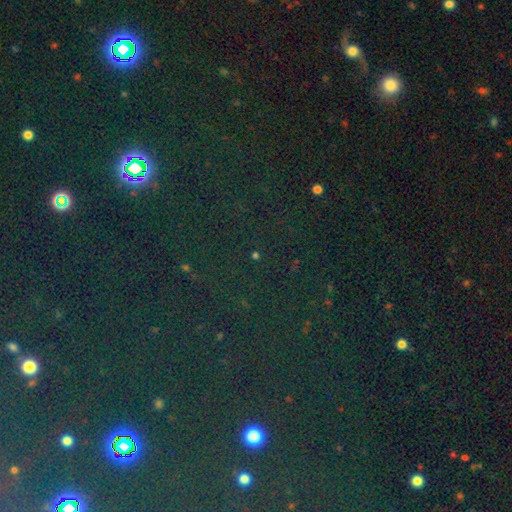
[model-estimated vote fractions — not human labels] Smooth or featured?
  - star or artifact: 69% *
  - smooth: 24%
  - featured or disk: 8%